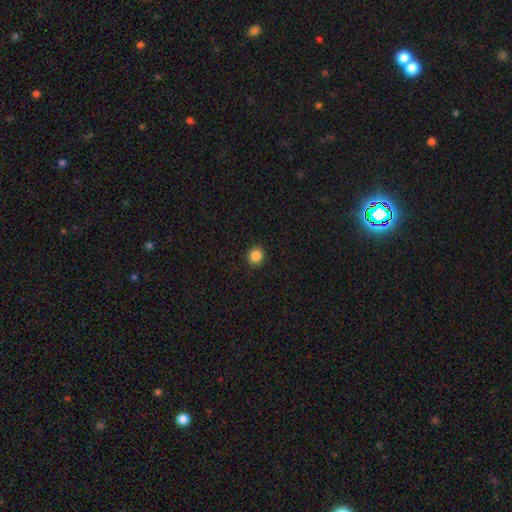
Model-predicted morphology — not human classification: Q: Smooth or featured?
A: smooth (86%); runner-up: star or artifact (10%)
Q: How rounded?
A: round (83%); runner-up: in between (16%)
Q: Merging?
A: none (92%); runner-up: minor disturbance (5%)